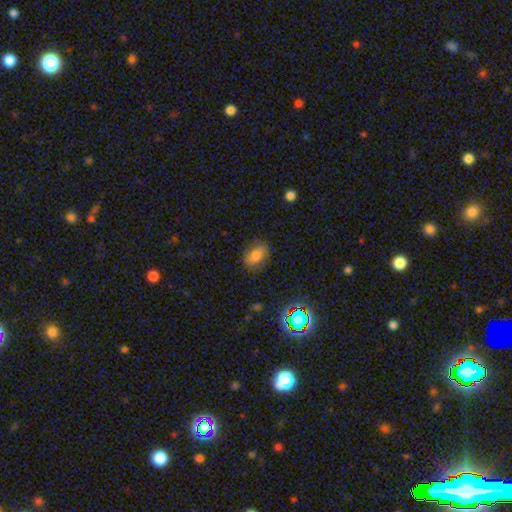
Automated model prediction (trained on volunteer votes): A smooth galaxy with no disk features (68%) that is in between round and cigar-shaped (73%).

Vote fractions:
- Smooth or featured? smooth: 68% / featured or disk: 18% / star or artifact: 14%
- How rounded? in between: 73% / round: 25% / cigar-shaped: 2%
- Merging? none: 77% / minor disturbance: 17% / major disturbance: 5% / merger: 1%